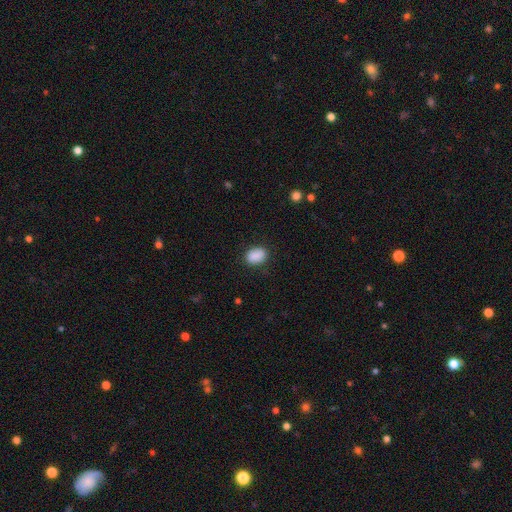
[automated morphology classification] Smooth or featured?
  - smooth: 89% *
  - star or artifact: 8%
  - featured or disk: 3%
How rounded?
  - in between: 79% *
  - round: 20%
  - cigar-shaped: 1%
Merging?
  - none: 85% *
  - minor disturbance: 11%
  - major disturbance: 3%
  - merger: 1%